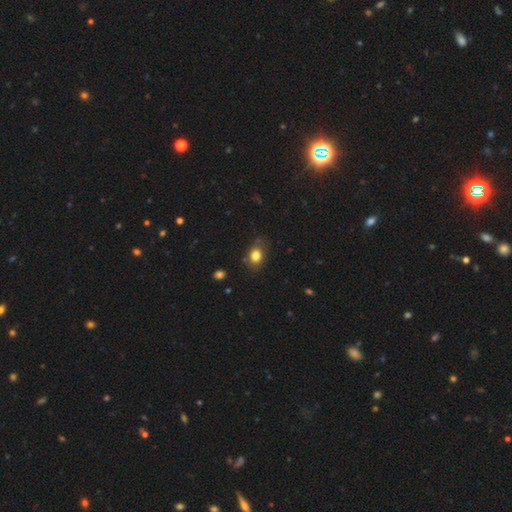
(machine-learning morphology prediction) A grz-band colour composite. It shows a smooth galaxy with no disk features (81%) that is in between round and cigar-shaped (65%). Merging: none (74%).